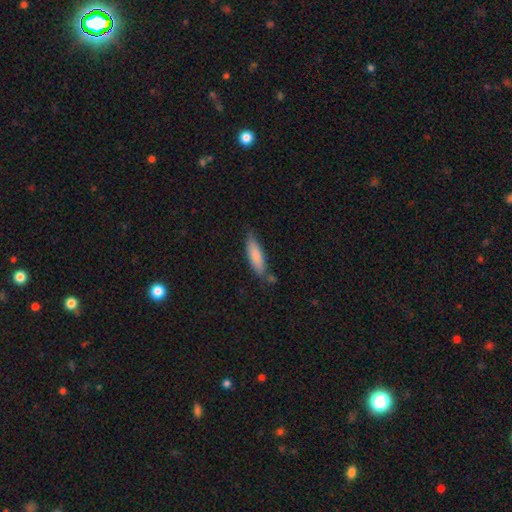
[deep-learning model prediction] A smooth galaxy with no disk features (82%) that is cigar-shaped (61%).

Vote fractions:
- Smooth or featured? smooth: 82% / featured or disk: 12% / star or artifact: 6%
- How rounded? cigar-shaped: 61% / in between: 37% / round: 2%
- Merging? none: 67% / minor disturbance: 23% / merger: 6% / major disturbance: 4%